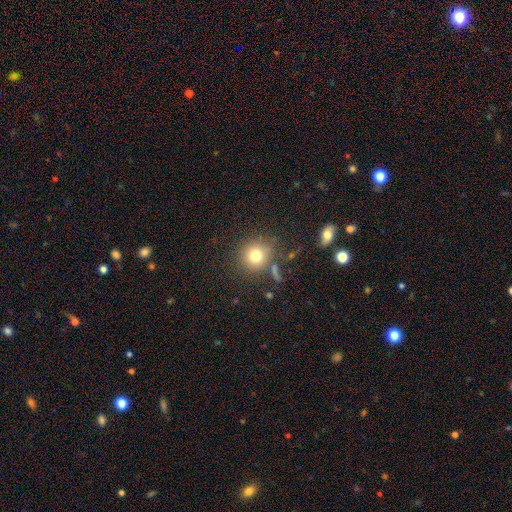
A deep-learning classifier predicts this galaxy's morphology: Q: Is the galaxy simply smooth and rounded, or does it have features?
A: smooth — 77%.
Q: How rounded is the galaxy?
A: round — 90%.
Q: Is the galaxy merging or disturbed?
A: none — 78%.